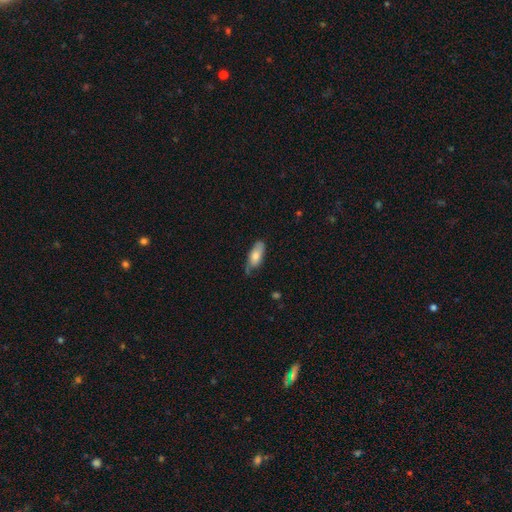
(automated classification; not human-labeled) Smooth or featured: smooth — 68% (featured or disk — 26%)
How rounded: in between — 77% (cigar-shaped — 21%)
Merging: none — 55% (minor disturbance — 33%)